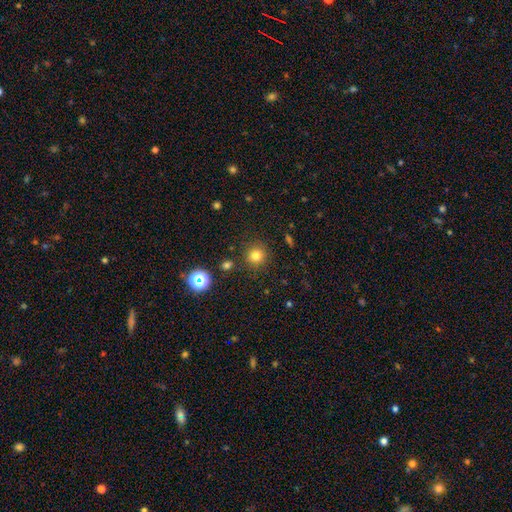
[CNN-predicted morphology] type=smooth (78%); roundness=round (93%); merging=none (87%).